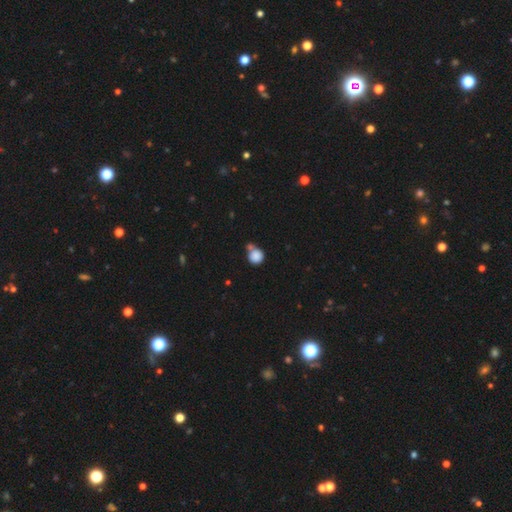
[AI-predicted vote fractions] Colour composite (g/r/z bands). It shows a smooth galaxy with no disk features (86%) that is round (92%). Merging: none (55%).